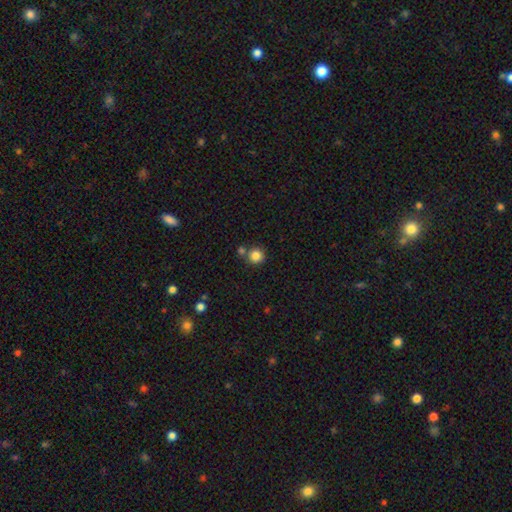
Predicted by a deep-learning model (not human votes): This appears to be a smooth galaxy with no disk features (84%) that is round (93%). Merging: none (71%).